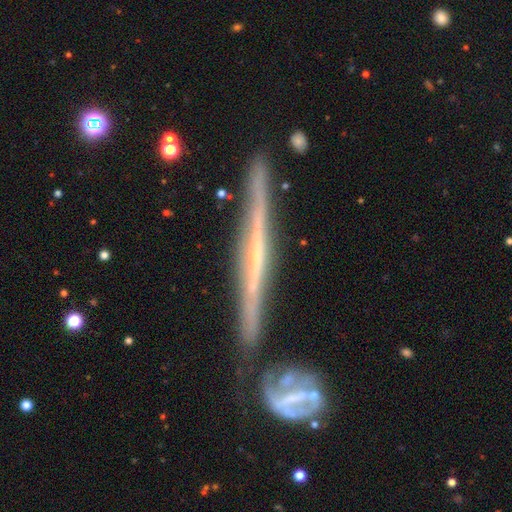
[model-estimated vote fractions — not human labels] Overall: featured or disk (77%). Edge-on disk: yes (95%). Edge-on bulge: none (73%). Merging: none (78%).